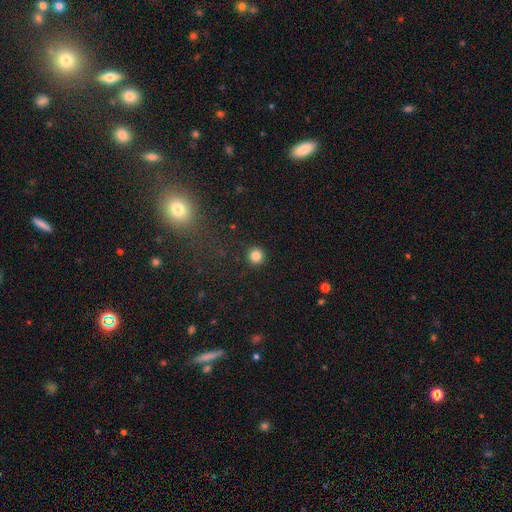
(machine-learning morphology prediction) A smooth galaxy with no disk features (84%) that is round (94%).

Vote fractions:
- Smooth or featured? smooth: 84% / star or artifact: 12% / featured or disk: 4%
- How rounded? round: 94% / in between: 5% / cigar-shaped: 1%
- Merging? none: 92% / minor disturbance: 5% / major disturbance: 2% / merger: 1%